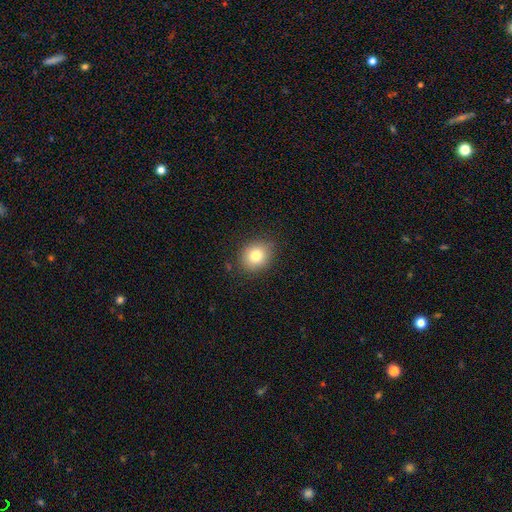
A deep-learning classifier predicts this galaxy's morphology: A smooth galaxy with no disk features (80%) that is round (62%). Merging: none (85%).